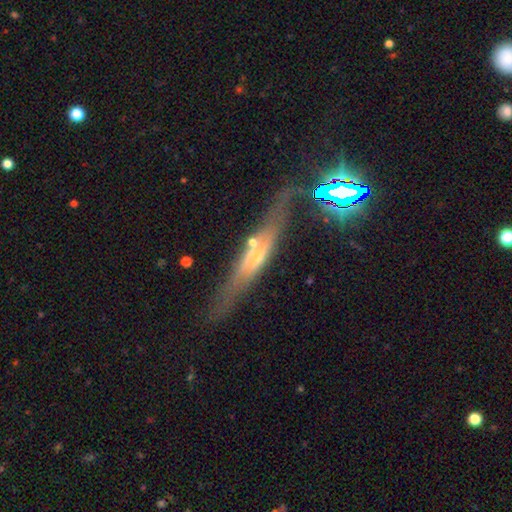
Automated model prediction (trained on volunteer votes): The model was most divided on "merging": none: 66%, minor disturbance: 18%, major disturbance: 8%, merger: 8%. More confident: edge-on disk — yes (84%); edge-on bulge — rounded (71%); smooth or featured — featured or disk (70%).